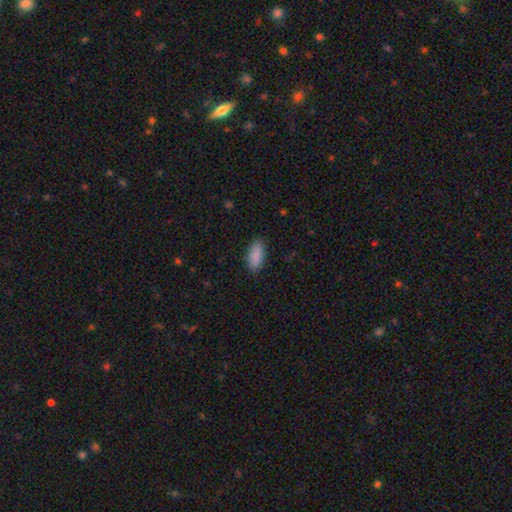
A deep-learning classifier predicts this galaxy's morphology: Smooth or featured? smooth (90%)
How rounded? in between (84%)
Merging? none (87%)